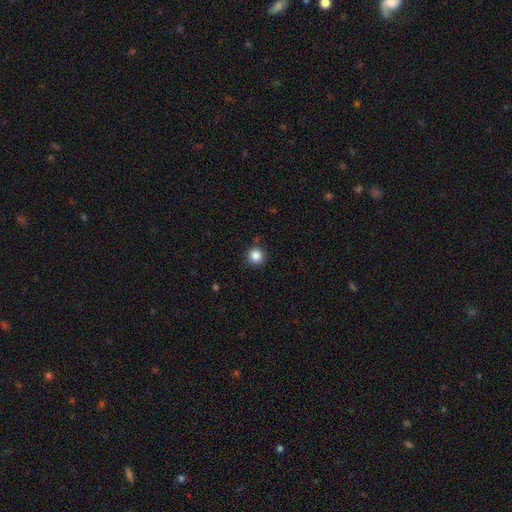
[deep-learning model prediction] Smooth or featured? Predicted: smooth (p=0.85). How rounded? Predicted: round (p=0.95). Merging? Predicted: none (p=0.90).